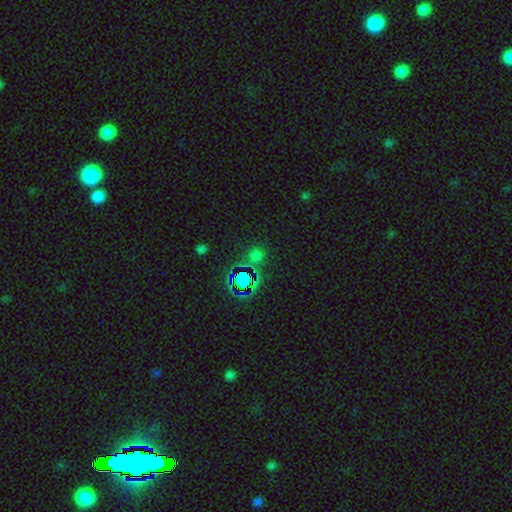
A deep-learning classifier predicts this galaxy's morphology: Overall: star or artifact (48%; smooth 44%).